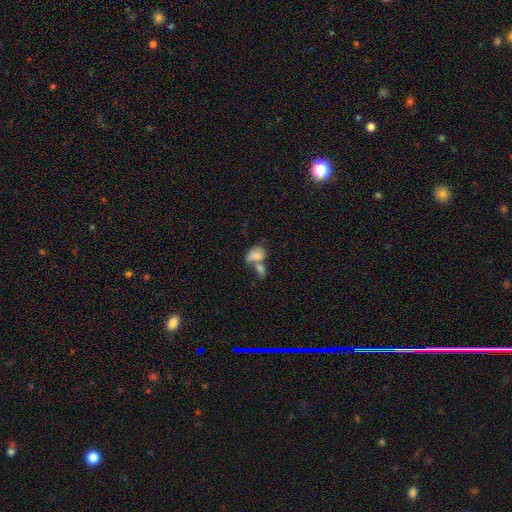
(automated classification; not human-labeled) Overall: smooth (68%). How rounded: in between (82%). Merging: merger (65%).